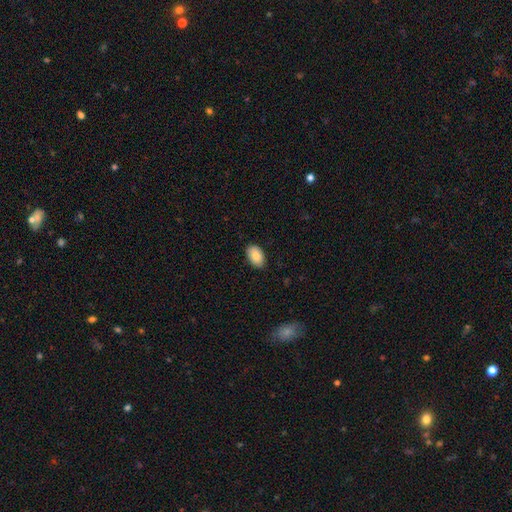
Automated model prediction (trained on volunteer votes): smooth-or-featured: smooth: 86% | featured or disk: 8% | star or artifact: 7%
  how-rounded: in between: 92% | round: 7% | cigar-shaped: 1%
  merging: none: 87% | minor disturbance: 11% | major disturbance: 2% | merger: 1%